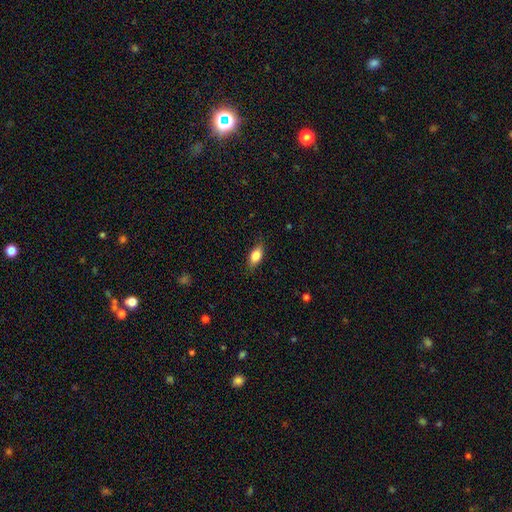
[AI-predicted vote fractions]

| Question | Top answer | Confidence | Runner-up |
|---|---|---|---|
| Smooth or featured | smooth | 81% | featured or disk (12%) |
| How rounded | in between | 84% | cigar-shaped (10%) |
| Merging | none | 84% | minor disturbance (12%) |